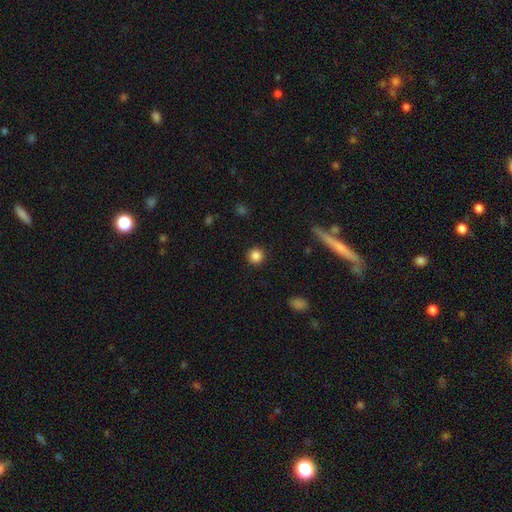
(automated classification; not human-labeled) Smooth or featured: smooth — 85% (star or artifact — 11%)
How rounded: round — 95% (in between — 4%)
Merging: none — 92% (minor disturbance — 5%)